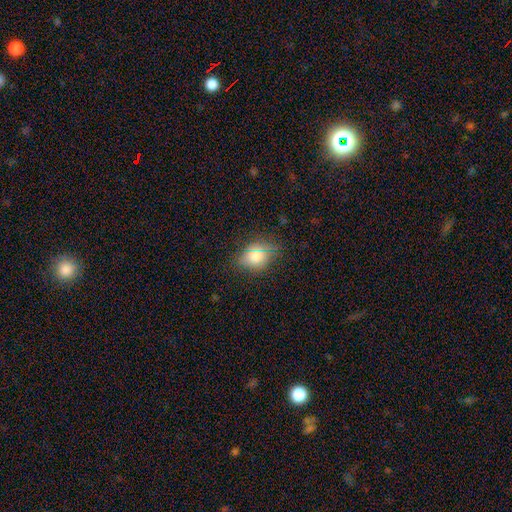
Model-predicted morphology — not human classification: Smooth or featured? smooth (74%)
How rounded? in between (58%)
Merging? none (73%)